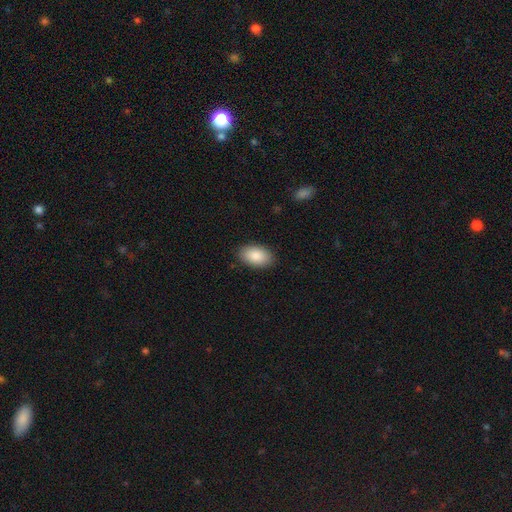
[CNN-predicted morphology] Smooth or featured? smooth (88%)
How rounded? in between (94%)
Merging? none (88%)